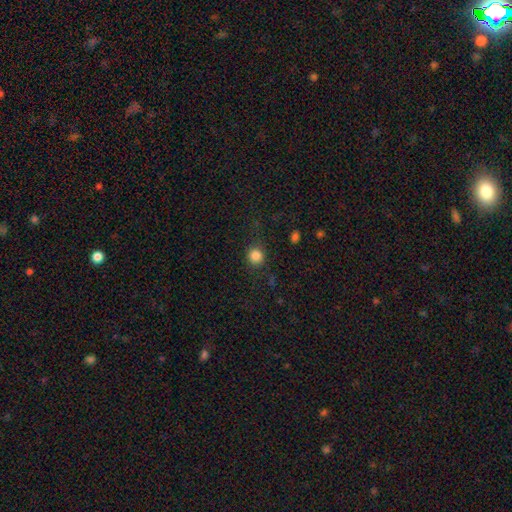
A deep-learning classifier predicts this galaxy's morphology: Overall: smooth (84%). How rounded: round (88%). Merging: none (85%).